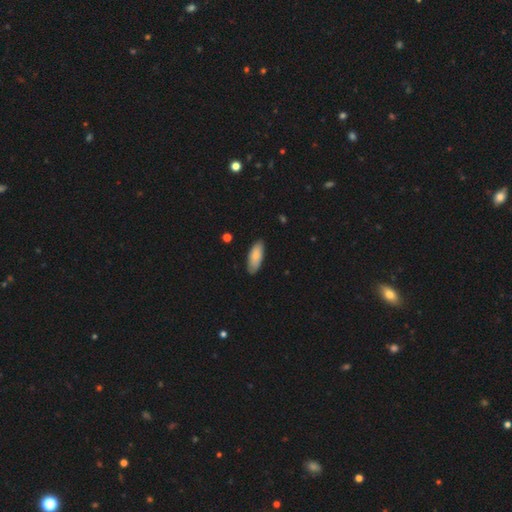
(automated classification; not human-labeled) Q: Smooth or featured?
A: smooth (85%); runner-up: featured or disk (10%)
Q: How rounded?
A: in between (78%); runner-up: cigar-shaped (20%)
Q: Merging?
A: none (84%); runner-up: minor disturbance (13%)